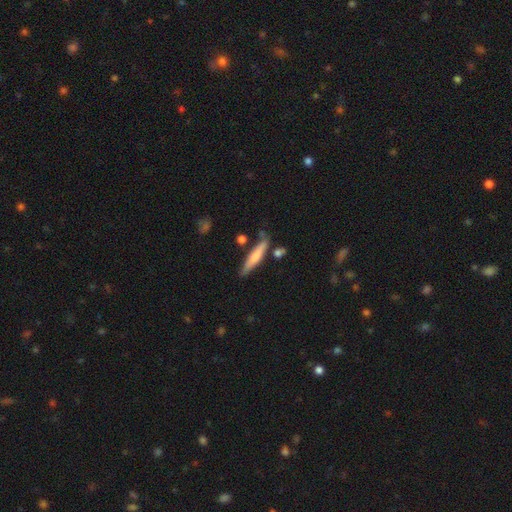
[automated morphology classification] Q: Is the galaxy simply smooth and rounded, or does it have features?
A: smooth — 64%.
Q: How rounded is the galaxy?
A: cigar-shaped — 88%.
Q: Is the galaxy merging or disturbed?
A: none — 74%.